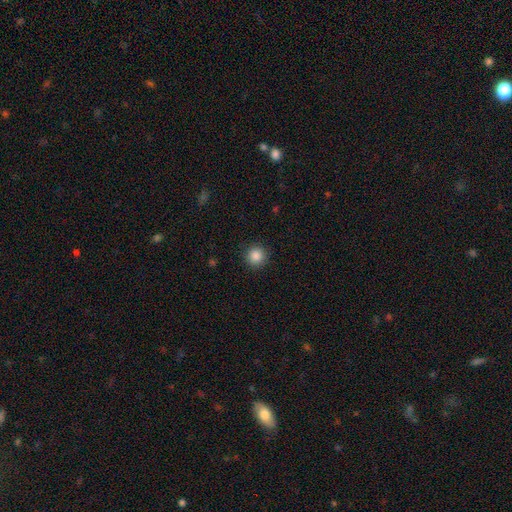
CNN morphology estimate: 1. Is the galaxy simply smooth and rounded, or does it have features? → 87% smooth, 10% star or artifact, 3% featured or disk.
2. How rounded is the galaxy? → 95% round, 4% in between, 1% cigar-shaped.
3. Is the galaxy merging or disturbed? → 91% none, 6% minor disturbance, 2% major disturbance, 1% merger.